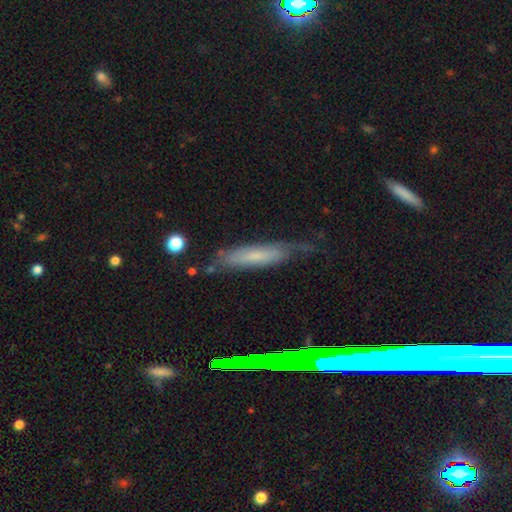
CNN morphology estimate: Smooth or featured? Predicted: smooth (p=0.48). Merging? Predicted: none (p=0.66).